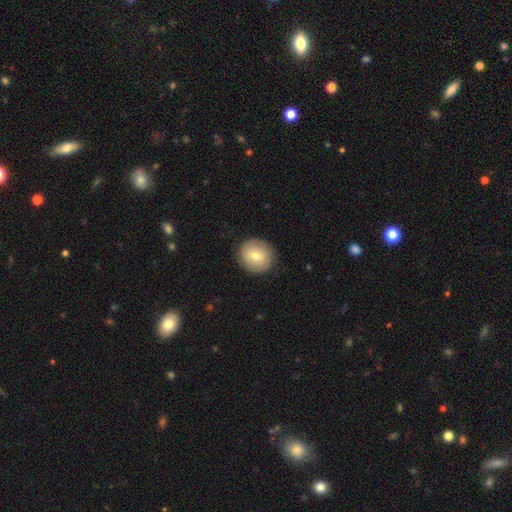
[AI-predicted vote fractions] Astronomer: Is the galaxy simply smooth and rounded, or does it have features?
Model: smooth — 65%.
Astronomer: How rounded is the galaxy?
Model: round — 88%.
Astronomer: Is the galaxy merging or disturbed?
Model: none — 88%.